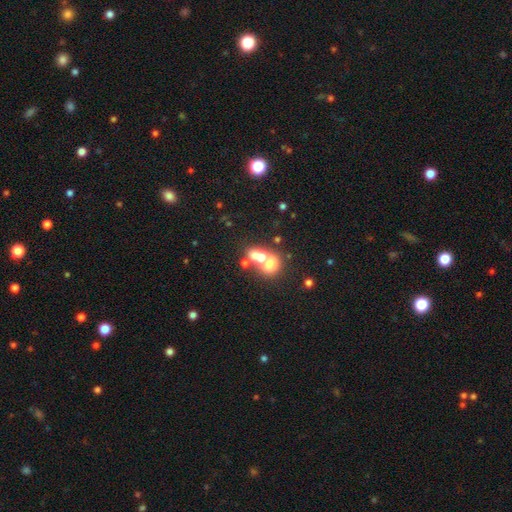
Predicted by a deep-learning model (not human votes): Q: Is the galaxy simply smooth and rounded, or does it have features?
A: smooth — 63%.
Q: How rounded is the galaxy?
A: in between — 53%.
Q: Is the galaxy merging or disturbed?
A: merger — 69%.